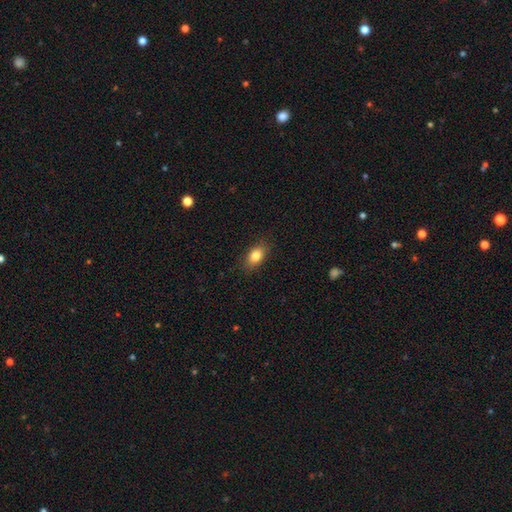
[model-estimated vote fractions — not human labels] Q: Smooth or featured?
A: smooth (83%); runner-up: featured or disk (9%)
Q: How rounded?
A: in between (85%); runner-up: round (12%)
Q: Merging?
A: none (86%); runner-up: minor disturbance (11%)